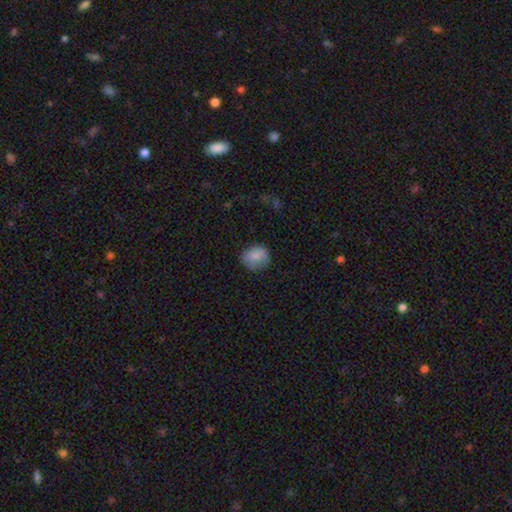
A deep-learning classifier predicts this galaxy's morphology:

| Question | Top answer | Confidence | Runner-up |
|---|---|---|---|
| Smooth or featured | smooth | 82% | featured or disk (10%) |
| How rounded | round | 71% | in between (28%) |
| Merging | none | 71% | minor disturbance (21%) |